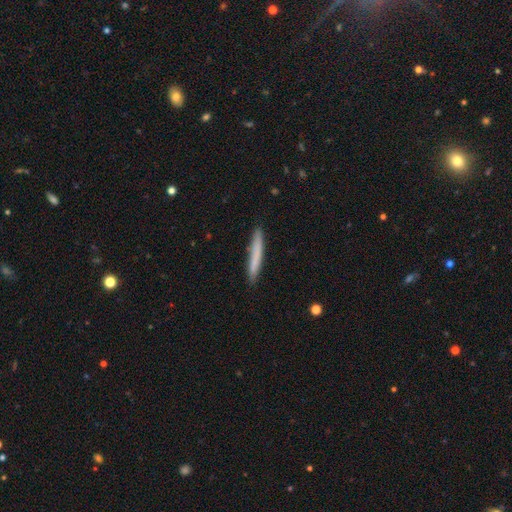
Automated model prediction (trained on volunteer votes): smooth 72%, featured or disk 22%, star or artifact 6%. Down the decision tree: how rounded — cigar-shaped (96%); merging — none (89%).